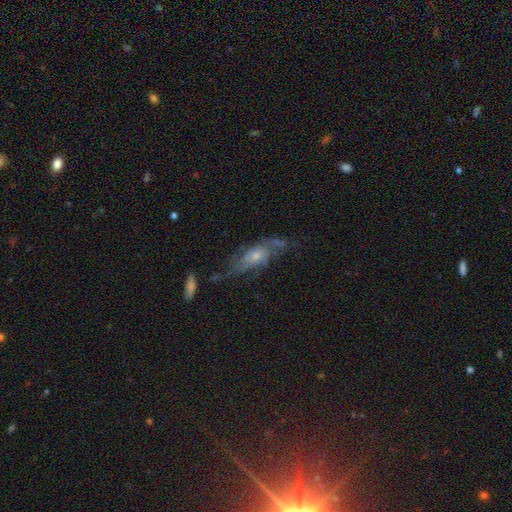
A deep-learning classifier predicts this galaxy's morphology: Smooth or featured? featured or disk (69%)
Edge-on disk? no (81%)
Bar? no (72%)
Spiral arms? yes (78%)
Bulge size? small (58%)
Merging? none (51%)